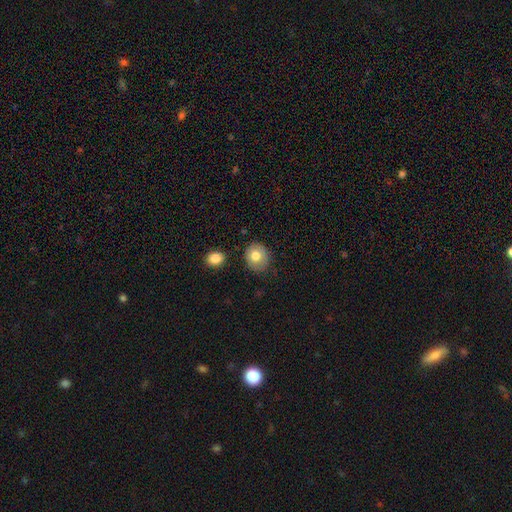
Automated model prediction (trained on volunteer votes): This is likely a smooth galaxy (76%). How rounded: likely round (73%). Merging: clearly none (81%).